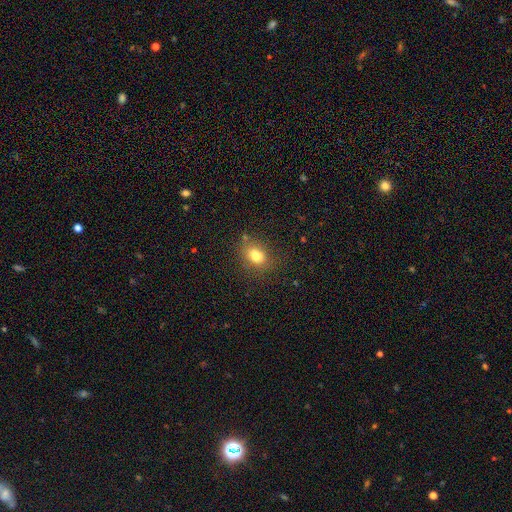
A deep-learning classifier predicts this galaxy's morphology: Smooth or featured: smooth — 76% (star or artifact — 12%)
How rounded: in between — 67% (round — 32%)
Merging: none — 58% (minor disturbance — 19%)